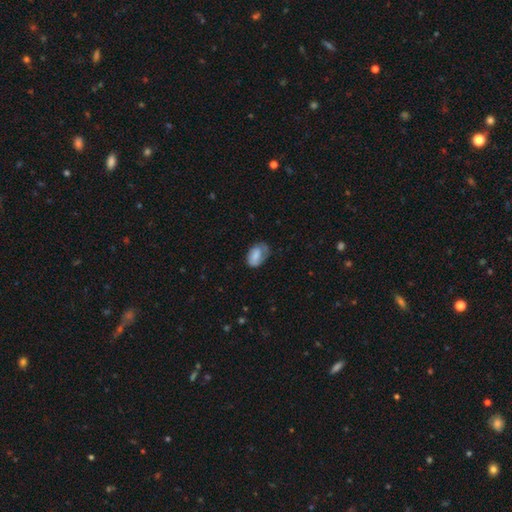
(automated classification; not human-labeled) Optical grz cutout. It shows a smooth galaxy with no disk features (70%) that is in between round and cigar-shaped (88%). Merging: none (50%).